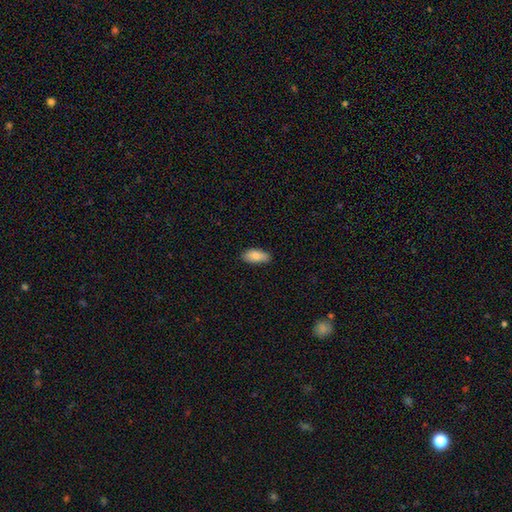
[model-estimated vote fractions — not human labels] Smooth or featured? smooth (86%)
How rounded? in between (88%)
Merging? none (82%)